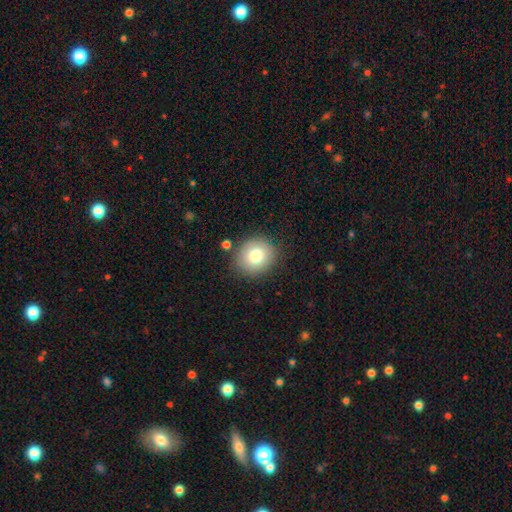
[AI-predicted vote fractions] A smooth galaxy with no disk features (79%) that is round (81%). Merging: none (85%).